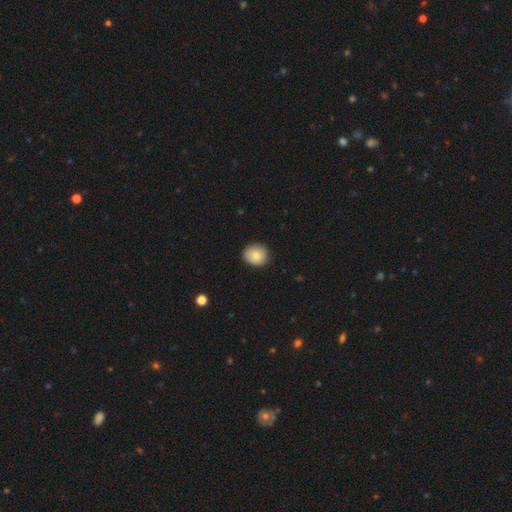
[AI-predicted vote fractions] The model was most divided on "how rounded": round: 77%, in between: 22%, cigar-shaped: 1%. More confident: merging — none (86%); smooth or featured — smooth (81%).